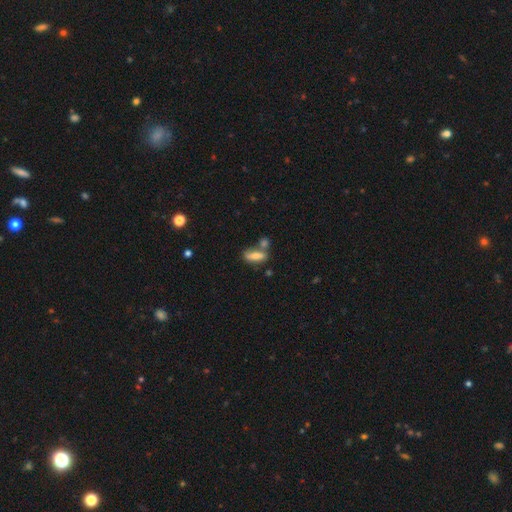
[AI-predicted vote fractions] smooth-or-featured: smooth: 68% | featured or disk: 23% | star or artifact: 8%
  how-rounded: in between: 61% | cigar-shaped: 35% | round: 4%
  merging: none: 56% | merger: 25% | minor disturbance: 14% | major disturbance: 5%